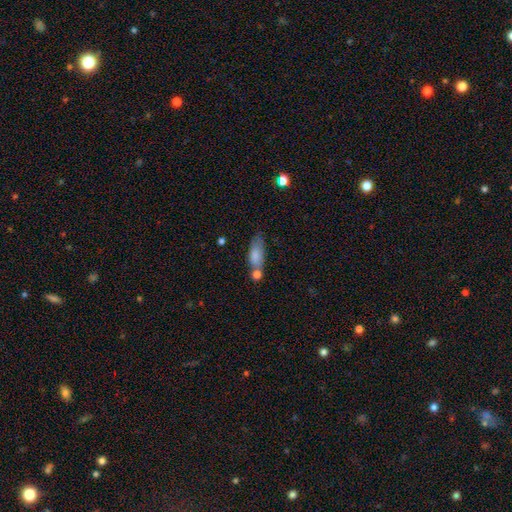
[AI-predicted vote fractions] Smooth or featured? smooth (79%)
How rounded? in between (70%)
Merging? none (43%)